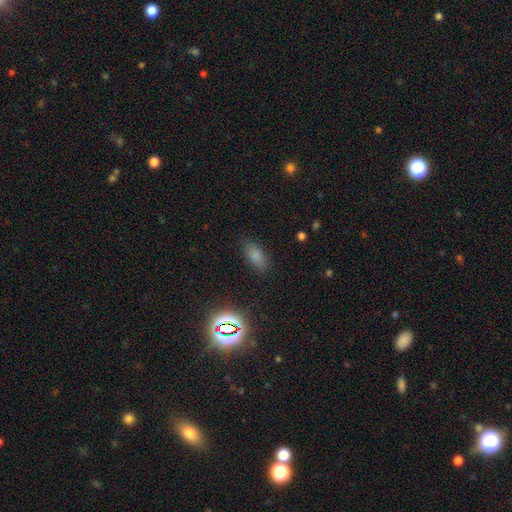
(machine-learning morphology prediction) Smooth or featured? smooth (78%)
How rounded? in between (89%)
Merging? none (84%)